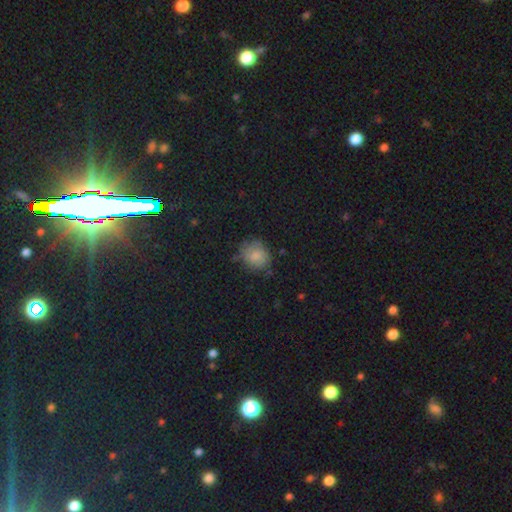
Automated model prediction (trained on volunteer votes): Q: Smooth or featured?
A: smooth (77%); runner-up: featured or disk (12%)
Q: How rounded?
A: round (72%); runner-up: in between (27%)
Q: Merging?
A: none (67%); runner-up: minor disturbance (24%)